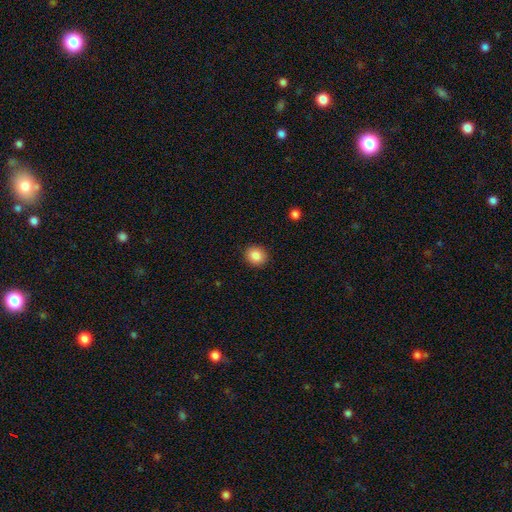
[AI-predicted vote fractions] Smooth or featured? smooth (87%)
How rounded? round (75%)
Merging? none (90%)